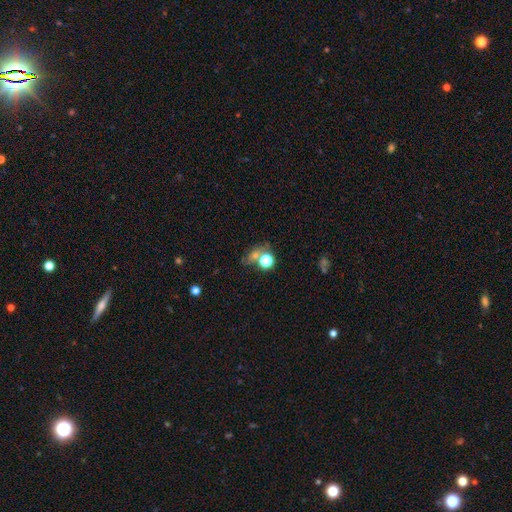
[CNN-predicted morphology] Smooth or featured? Predicted: smooth (p=0.41). Merging? Predicted: none (p=0.58).